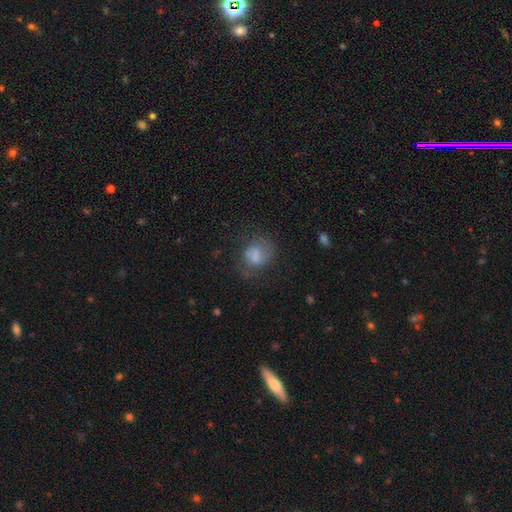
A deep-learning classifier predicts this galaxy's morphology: Q: Smooth or featured?
A: smooth (58%); runner-up: featured or disk (31%)
Q: How rounded?
A: round (52%); runner-up: in between (46%)
Q: Merging?
A: none (47%); runner-up: minor disturbance (26%)